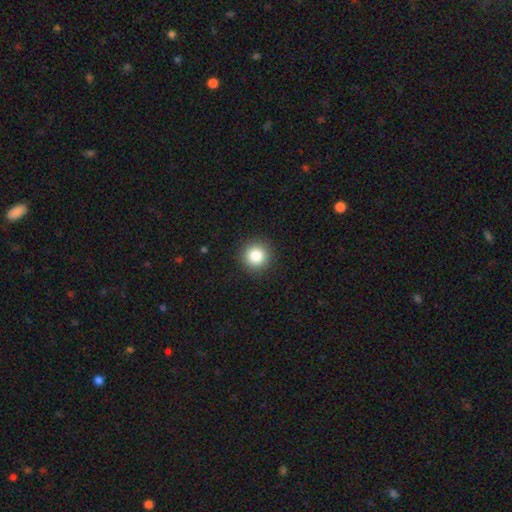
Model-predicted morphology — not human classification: Overall: smooth (84%). How rounded: round (95%). Merging: none (91%).